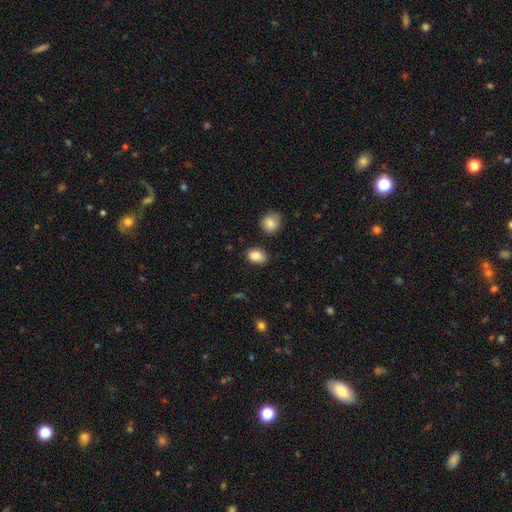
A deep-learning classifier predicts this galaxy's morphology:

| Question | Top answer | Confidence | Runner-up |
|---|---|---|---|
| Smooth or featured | smooth | 86% | star or artifact (9%) |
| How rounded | in between | 73% | round (26%) |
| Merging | none | 75% | minor disturbance (19%) |